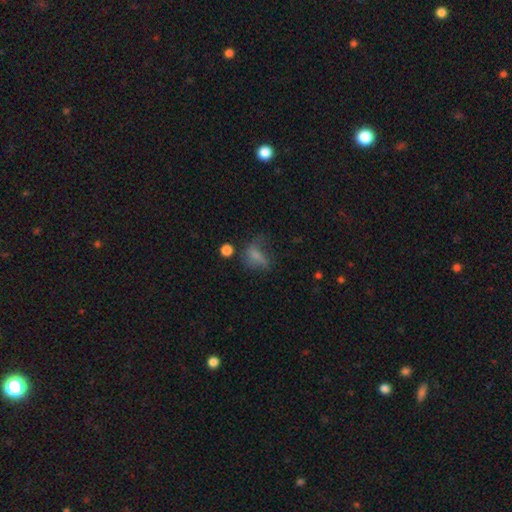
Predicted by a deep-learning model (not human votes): smooth-or-featured: smooth: 62% | featured or disk: 22% | star or artifact: 16%
  how-rounded: in between: 71% | round: 23% | cigar-shaped: 6%
  merging: major disturbance: 39% | none: 30% | minor disturbance: 25% | merger: 6%